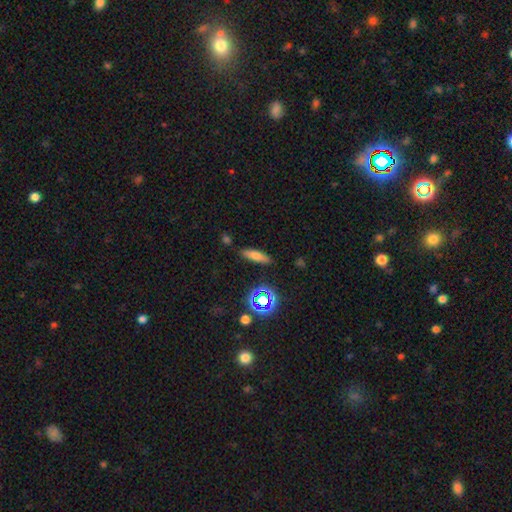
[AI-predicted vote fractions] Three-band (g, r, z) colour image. It shows a smooth galaxy with no disk features (70%) that is cigar-shaped (54%). Merging: none (84%).